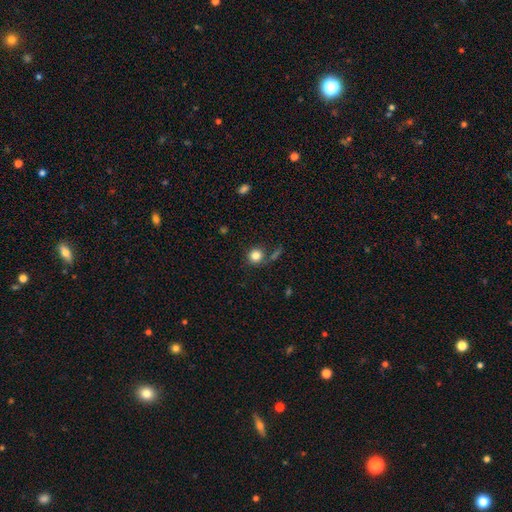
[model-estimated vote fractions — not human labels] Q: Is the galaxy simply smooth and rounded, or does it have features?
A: smooth — 83%.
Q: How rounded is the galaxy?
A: round — 91%.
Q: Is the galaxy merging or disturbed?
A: none — 73%.